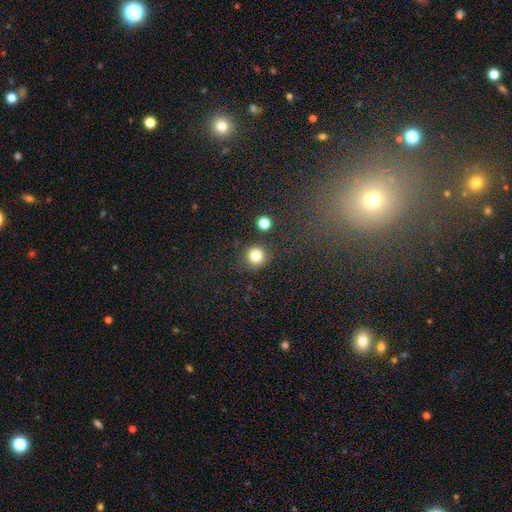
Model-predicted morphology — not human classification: This appears to be a smooth galaxy with no disk features (82%) that is round (92%). Merging: none (85%).